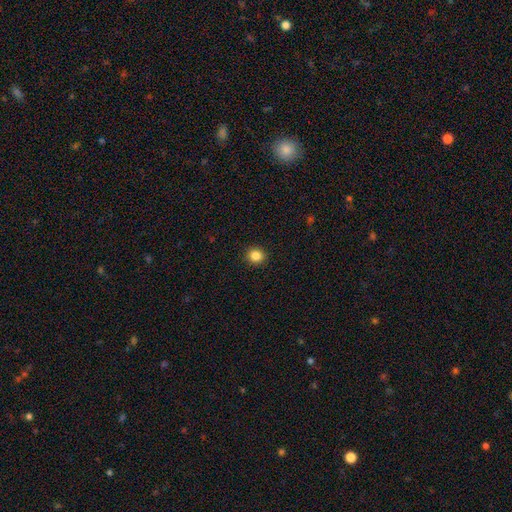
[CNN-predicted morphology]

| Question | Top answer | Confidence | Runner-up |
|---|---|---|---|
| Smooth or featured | smooth | 85% | star or artifact (11%) |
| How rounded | round | 89% | in between (11%) |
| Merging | none | 92% | minor disturbance (5%) |